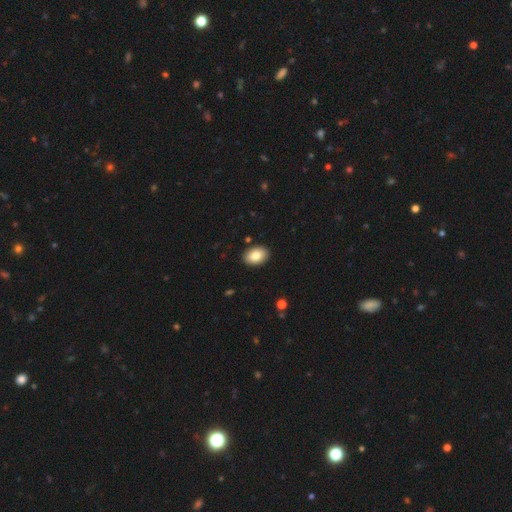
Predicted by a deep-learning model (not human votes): Smooth or featured? Predicted: smooth (p=0.85). How rounded? Predicted: in between (p=0.86). Merging? Predicted: none (p=0.90).